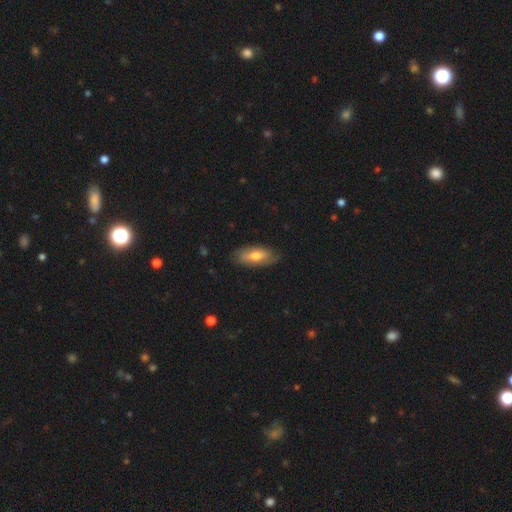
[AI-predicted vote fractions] Smooth or featured: smooth — 64% (featured or disk — 30%)
How rounded: in between — 77% (cigar-shaped — 20%)
Merging: none — 80% (minor disturbance — 16%)